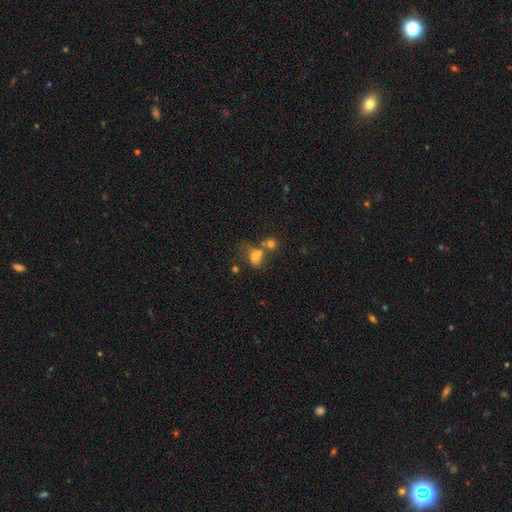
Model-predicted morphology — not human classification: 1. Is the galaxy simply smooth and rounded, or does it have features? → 65% smooth, 18% featured or disk, 17% star or artifact.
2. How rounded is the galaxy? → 58% in between, 40% round, 2% cigar-shaped.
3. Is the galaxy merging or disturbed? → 37% merger, 34% none, 16% minor disturbance, 12% major disturbance.